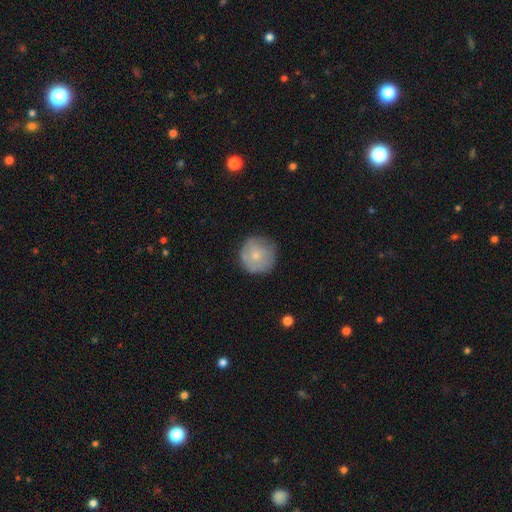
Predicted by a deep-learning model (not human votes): A smooth galaxy with no disk features (70%) that is round (94%). Merging: none (75%).